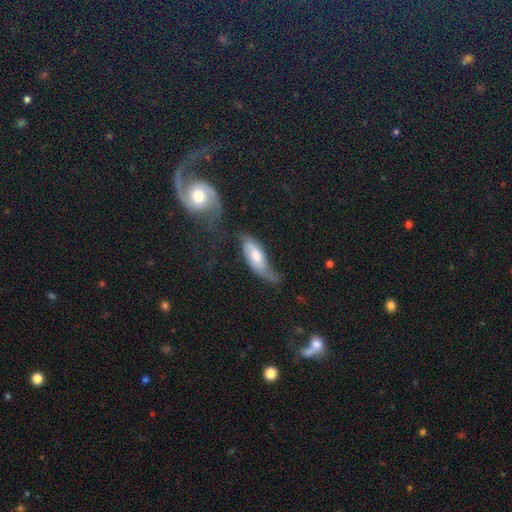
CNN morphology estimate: A featured or disk galaxy (52%). Merging: none (38%).